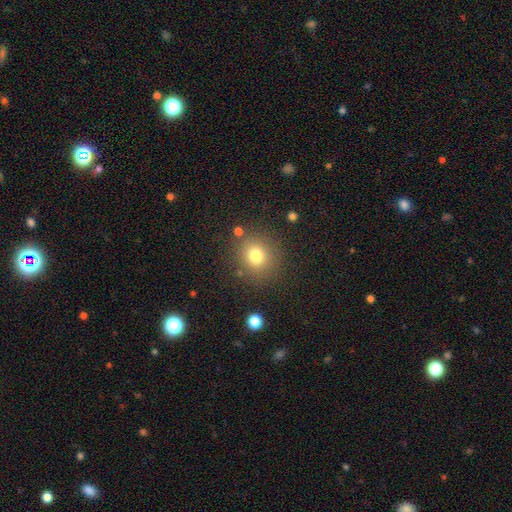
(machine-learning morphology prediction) The model was most divided on "smooth or featured": smooth: 76%, star or artifact: 14%, featured or disk: 9%. More confident: merging — none (82%); how rounded — round (81%).